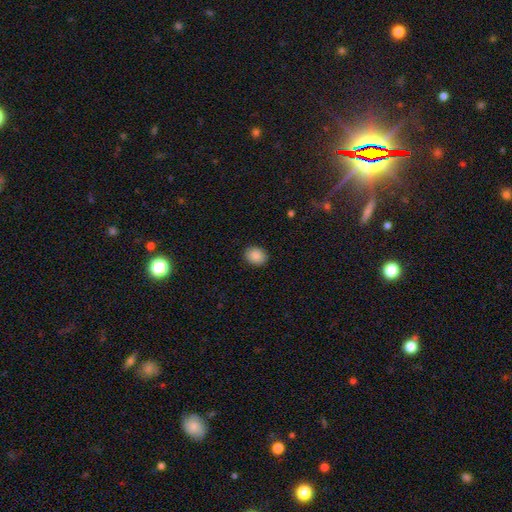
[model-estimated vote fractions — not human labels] This is clearly a smooth galaxy (89%). How rounded: possibly round (56%). Merging: clearly none (90%).